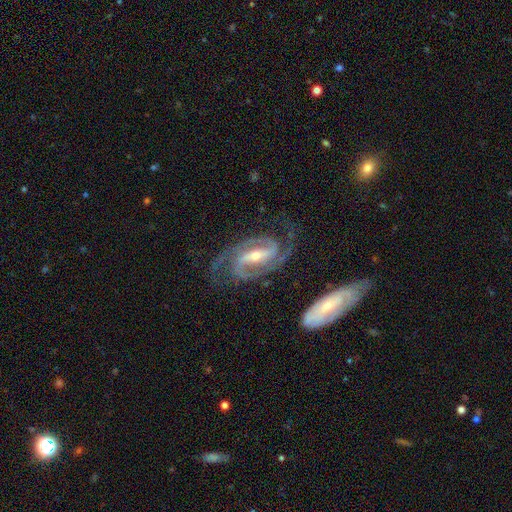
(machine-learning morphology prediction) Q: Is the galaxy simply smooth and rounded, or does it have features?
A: featured or disk — 93%.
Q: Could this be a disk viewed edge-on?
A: no — 96%.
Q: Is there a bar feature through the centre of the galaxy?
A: strong — 61%.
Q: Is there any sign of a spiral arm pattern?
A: yes — 99%.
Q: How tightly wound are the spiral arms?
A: medium — 53%.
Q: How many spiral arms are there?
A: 2 — 83%.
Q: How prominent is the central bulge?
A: small — 53%.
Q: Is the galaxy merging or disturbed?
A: none — 71%.